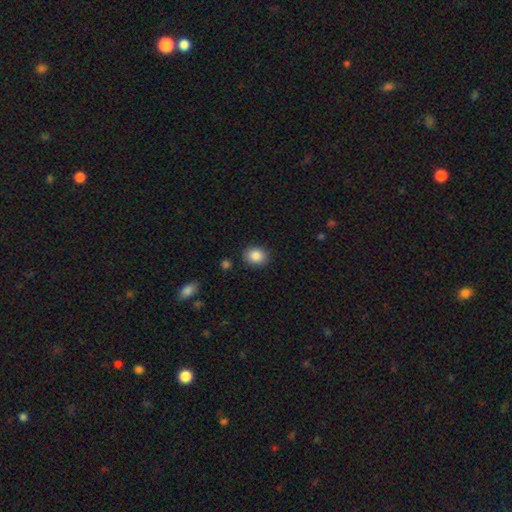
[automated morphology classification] A smooth galaxy with no disk features (87%) that is round (58%). Merging: none (87%).